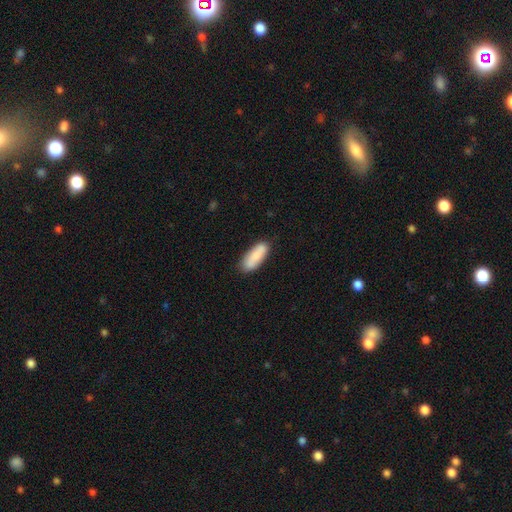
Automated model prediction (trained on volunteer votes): smooth 82%, featured or disk 12%, star or artifact 6%. Down the decision tree: how rounded — in between (69%); merging — none (83%).